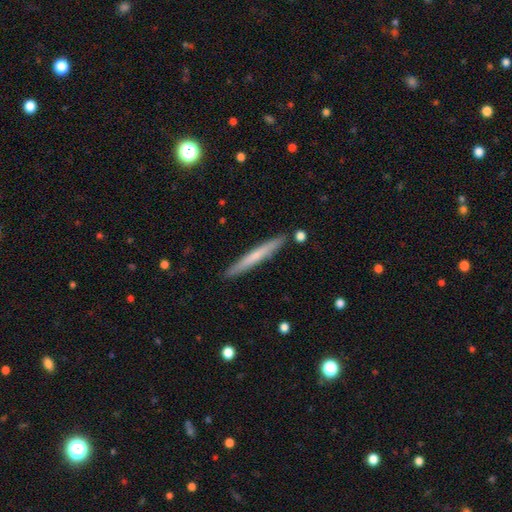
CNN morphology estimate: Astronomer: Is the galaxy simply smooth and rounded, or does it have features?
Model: smooth — 58% (runner-up: featured or disk, 36%).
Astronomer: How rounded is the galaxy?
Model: cigar-shaped — 97%.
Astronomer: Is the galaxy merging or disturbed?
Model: none — 90%.